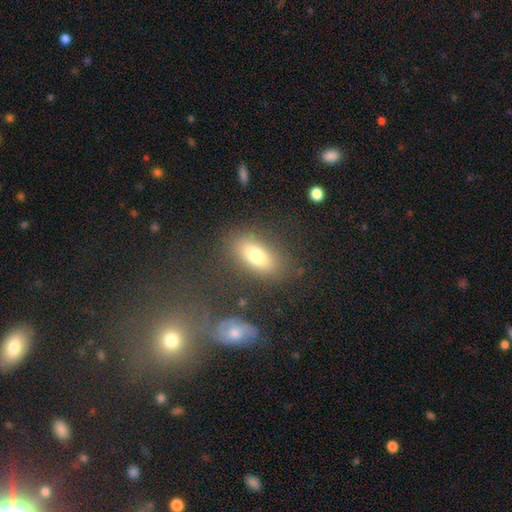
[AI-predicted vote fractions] Smooth or featured?
  - smooth: 76% *
  - featured or disk: 15%
  - star or artifact: 9%
How rounded?
  - in between: 84% *
  - cigar-shaped: 10%
  - round: 6%
Merging?
  - none: 78% *
  - minor disturbance: 13%
  - major disturbance: 5%
  - merger: 4%